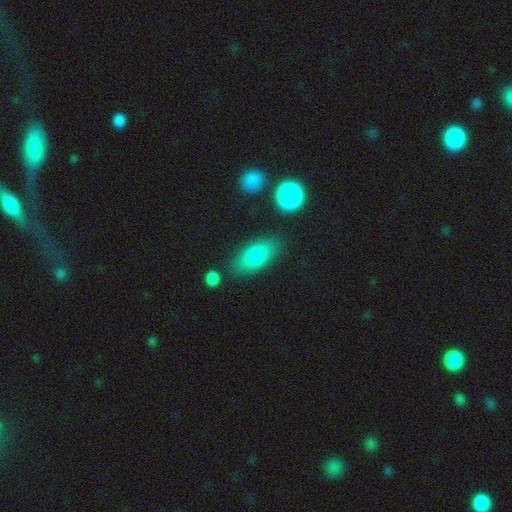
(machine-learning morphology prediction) type=smooth (79%); roundness=in between (83%); merging=none (78%).